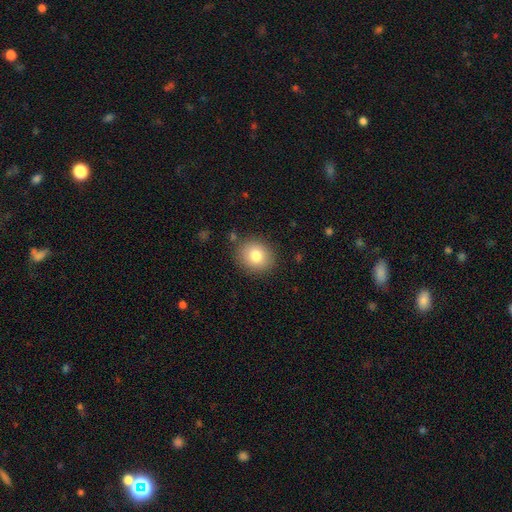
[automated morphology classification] smooth_or_featured: smooth (p=0.80) [alt: featured or disk p=0.10]
how_rounded: round (p=0.78) [alt: in between p=0.21]
merging: none (p=0.86) [alt: minor disturbance p=0.09]